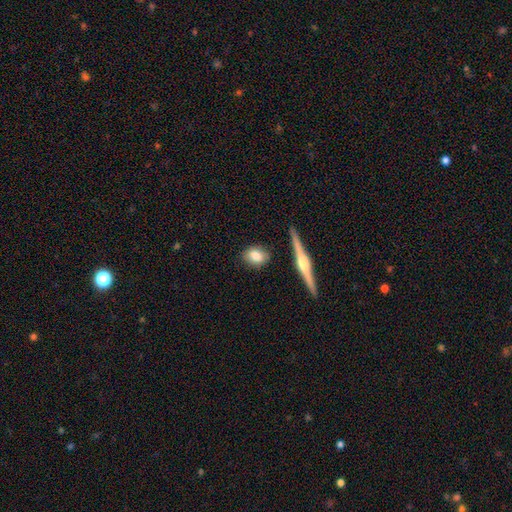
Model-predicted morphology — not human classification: This is likely a smooth galaxy (77%). How rounded: possibly in between (60%). Merging: clearly none (84%).